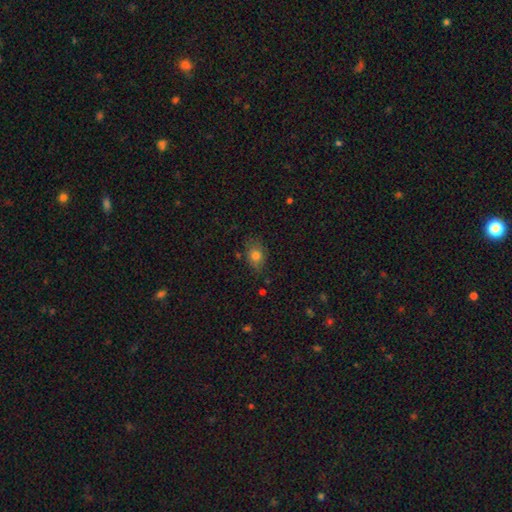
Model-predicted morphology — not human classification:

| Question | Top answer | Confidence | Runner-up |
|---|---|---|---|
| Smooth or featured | smooth | 79% | star or artifact (11%) |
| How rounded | in between | 65% | round (33%) |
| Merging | none | 70% | minor disturbance (22%) |